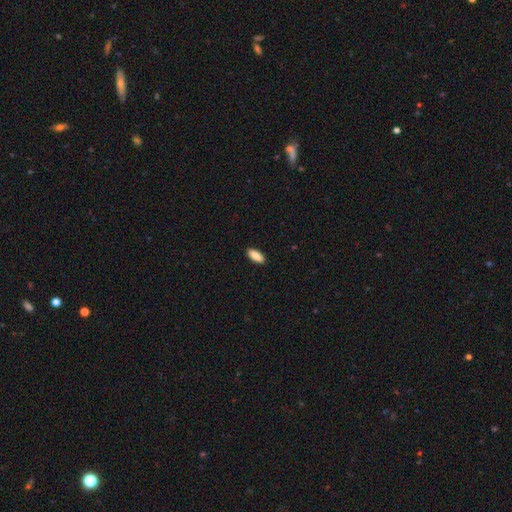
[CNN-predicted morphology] Smooth or featured? Predicted: smooth (p=0.87). How rounded? Predicted: in between (p=0.76). Merging? Predicted: none (p=0.90).